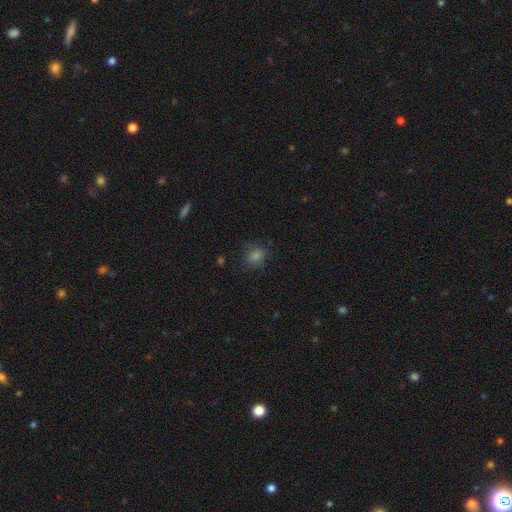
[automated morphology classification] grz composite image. It shows a smooth galaxy with no disk features (71%) that is round (75%). Merging: none (77%).